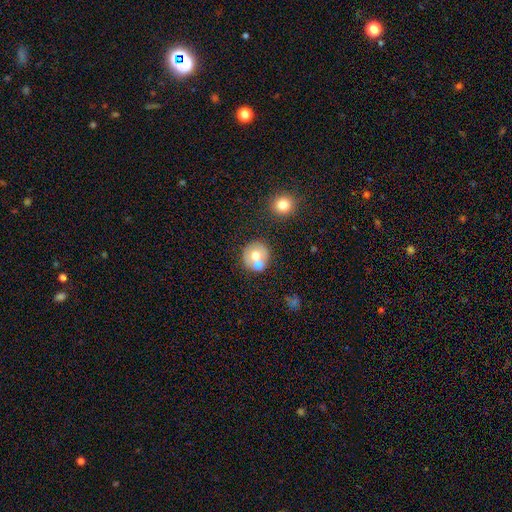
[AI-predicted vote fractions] smooth_or_featured: smooth (p=0.63) [alt: featured or disk p=0.27]
how_rounded: round (p=0.89) [alt: in between p=0.10]
merging: none (p=0.56) [alt: merger p=0.30]